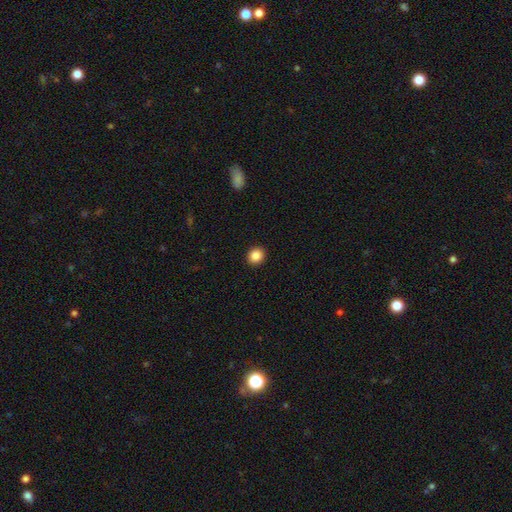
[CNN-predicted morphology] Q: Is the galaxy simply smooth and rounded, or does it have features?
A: smooth — 86%.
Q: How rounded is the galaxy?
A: round — 82%.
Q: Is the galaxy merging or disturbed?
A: none — 93%.